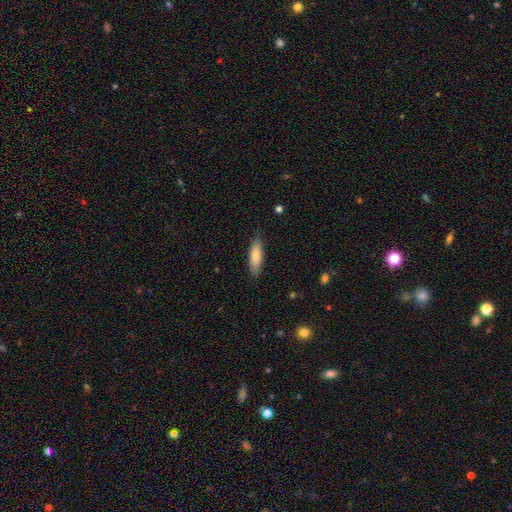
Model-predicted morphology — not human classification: Smooth or featured?
  - smooth: 79% *
  - featured or disk: 15%
  - star or artifact: 6%
How rounded?
  - cigar-shaped: 56% *
  - in between: 43%
  - round: 2%
Merging?
  - none: 86% *
  - minor disturbance: 11%
  - major disturbance: 2%
  - merger: 1%